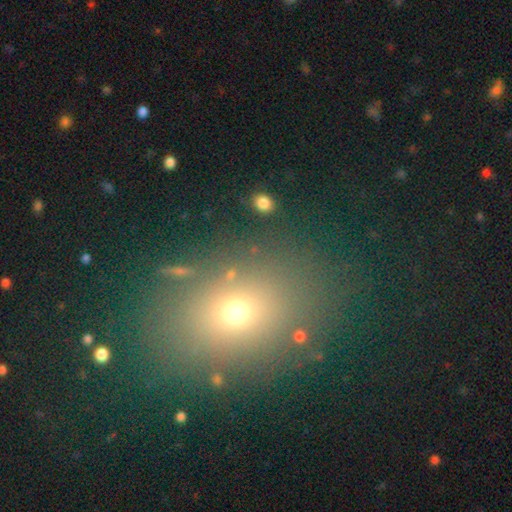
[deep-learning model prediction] This appears to be a smooth galaxy with no disk features (64%) that is in between round and cigar-shaped (61%). Merging: none (82%).